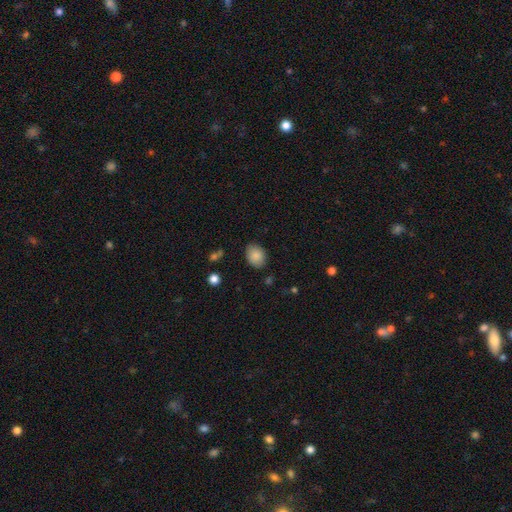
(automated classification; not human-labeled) Smooth or featured? smooth (87%)
How rounded? in between (73%)
Merging? none (83%)